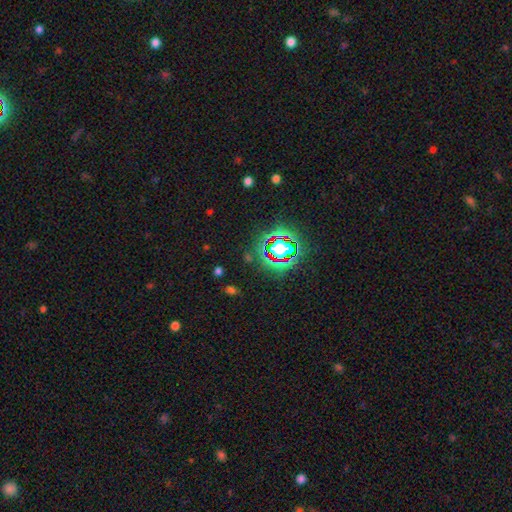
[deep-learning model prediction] star or artifact 78%, smooth 13%, featured or disk 9%.